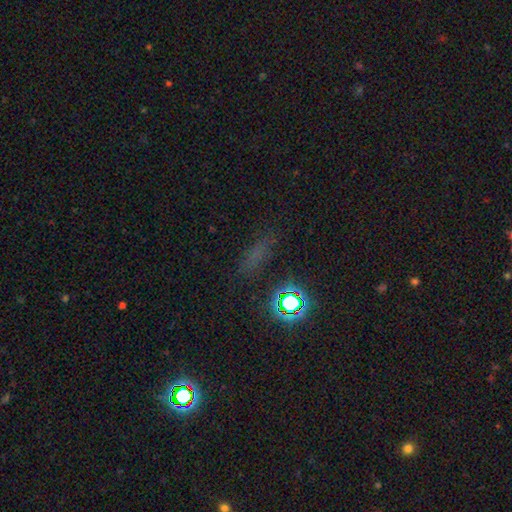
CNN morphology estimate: A smooth galaxy with no disk features (44%).

Vote fractions:
- Smooth or featured? smooth: 44% / star or artifact: 42% / featured or disk: 13%
- Merging? none: 79% / minor disturbance: 13% / major disturbance: 5% / merger: 3%